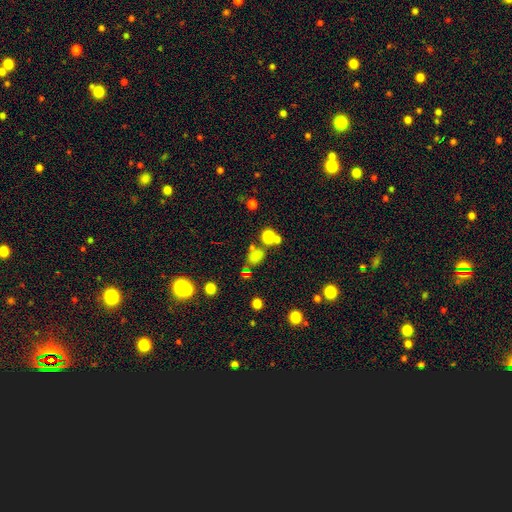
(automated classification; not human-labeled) This appears to be a smooth galaxy with no disk features (68%) that is in between round and cigar-shaped (59%). Merging: none (57%).